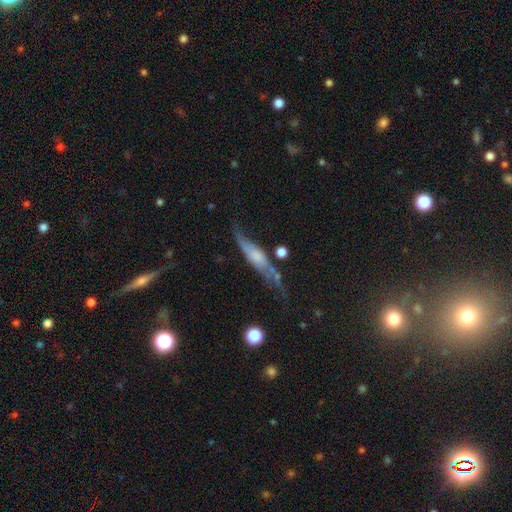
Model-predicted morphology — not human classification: type=featured or disk (59%); edge-on=yes (61%); merging=none (47%).